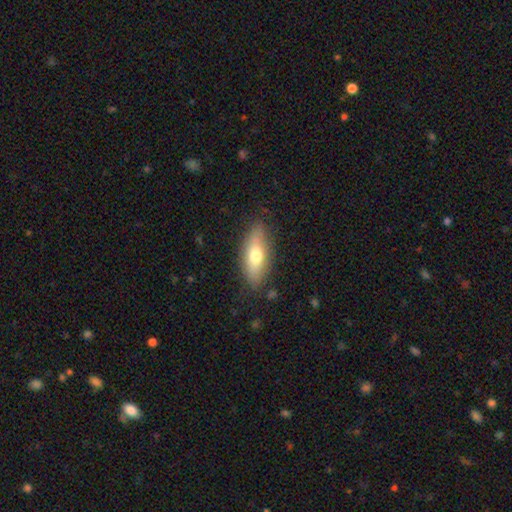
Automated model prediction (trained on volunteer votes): Smooth or featured: smooth — 66% (featured or disk — 27%)
How rounded: in between — 70% (cigar-shaped — 27%)
Merging: none — 82% (minor disturbance — 14%)